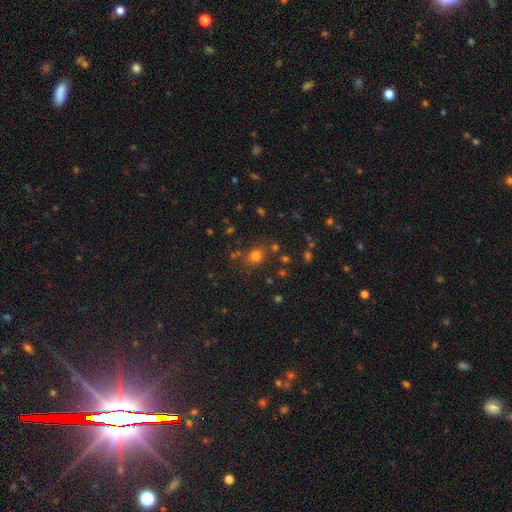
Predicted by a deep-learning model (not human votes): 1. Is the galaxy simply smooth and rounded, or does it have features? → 73% smooth, 20% star or artifact, 7% featured or disk.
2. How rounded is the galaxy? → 74% round, 25% in between, 1% cigar-shaped.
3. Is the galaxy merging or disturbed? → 77% none, 12% minor disturbance, 6% merger, 5% major disturbance.